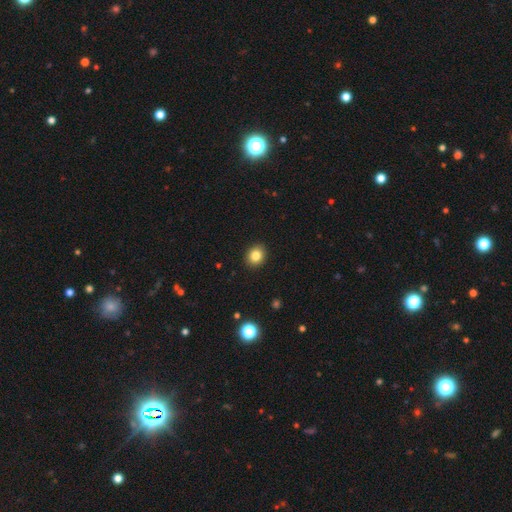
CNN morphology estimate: Smooth or featured: smooth — 83% (star or artifact — 11%)
How rounded: round — 68% (in between — 31%)
Merging: none — 92% (minor disturbance — 6%)